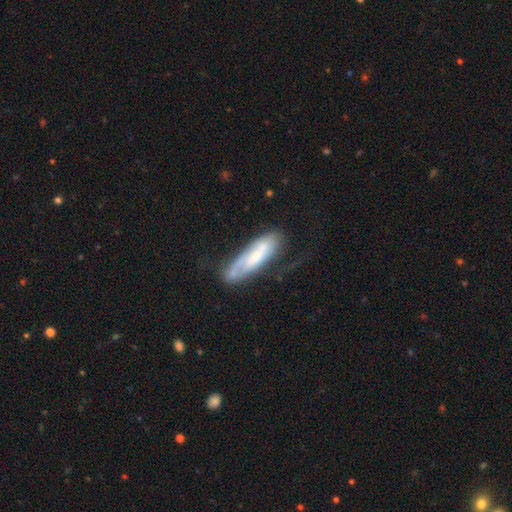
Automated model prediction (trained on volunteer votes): featured or disk 50%, smooth 43%, star or artifact 7%. Down the decision tree: edge-on disk — no (72%); merging — none (46%).